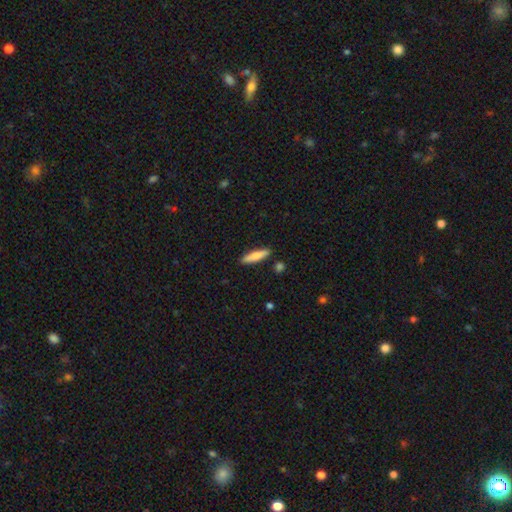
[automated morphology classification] smooth 75%, featured or disk 19%, star or artifact 6%. Down the decision tree: how rounded — cigar-shaped (75%); merging — none (88%).